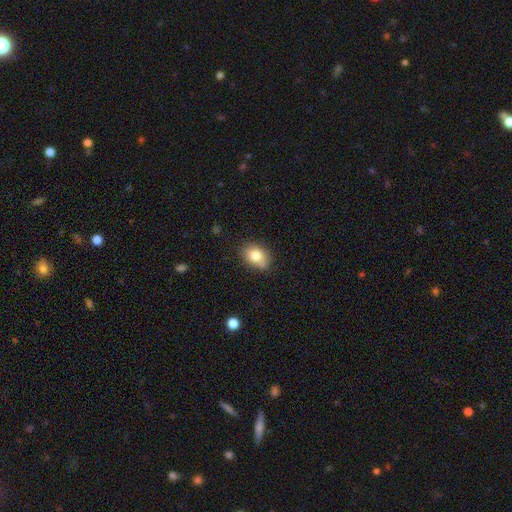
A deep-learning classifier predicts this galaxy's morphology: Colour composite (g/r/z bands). It shows a smooth galaxy with no disk features (79%) that is in between round and cigar-shaped (73%). Merging: none (72%).